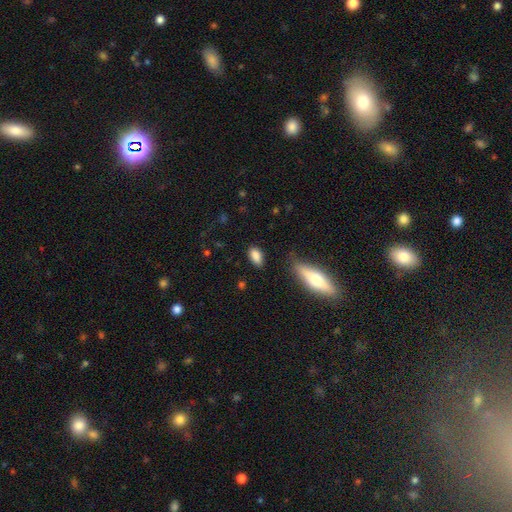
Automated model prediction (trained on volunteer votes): A smooth galaxy with no disk features (86%) that is in between round and cigar-shaped (89%).

Vote fractions:
- Smooth or featured? smooth: 86% / star or artifact: 8% / featured or disk: 6%
- How rounded? in between: 89% / cigar-shaped: 6% / round: 5%
- Merging? none: 79% / minor disturbance: 15% / major disturbance: 4% / merger: 2%